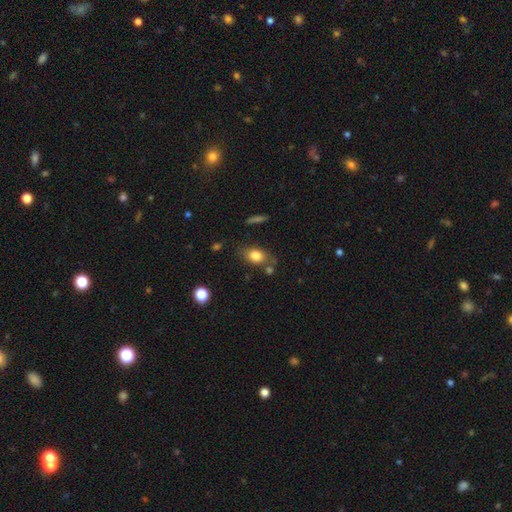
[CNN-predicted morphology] This appears to be a smooth galaxy with no disk features (80%) that is in between round and cigar-shaped (76%). Merging: none (67%).